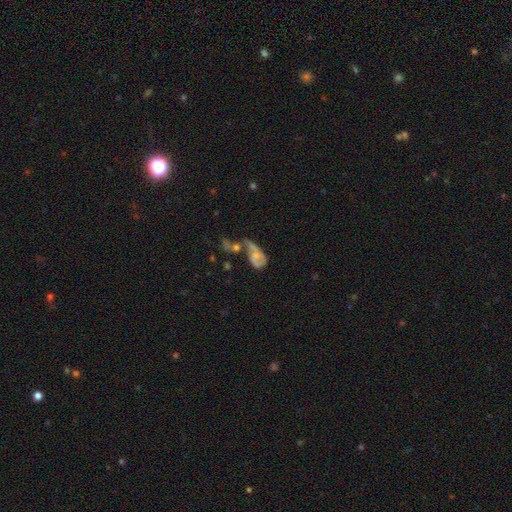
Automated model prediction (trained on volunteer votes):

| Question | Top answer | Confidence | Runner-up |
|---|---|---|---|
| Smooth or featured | featured or disk | 53% | smooth (37%) |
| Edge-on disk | no | 96% | yes (4%) |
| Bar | no | 74% | weak (21%) |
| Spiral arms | yes | 57% | no (43%) |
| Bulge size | small | 36% | none (33%) |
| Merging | merger | 51% | major disturbance (26%) |